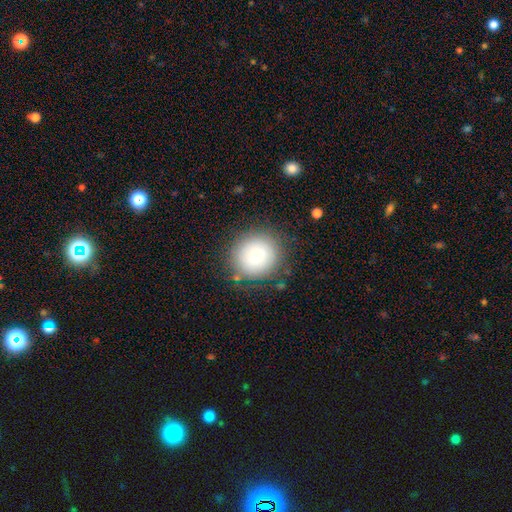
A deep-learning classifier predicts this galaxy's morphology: smooth-or-featured: smooth: 70% | featured or disk: 19% | star or artifact: 11%
  how-rounded: round: 92% | in between: 8% | cigar-shaped: 1%
  merging: none: 80% | minor disturbance: 13% | major disturbance: 5% | merger: 2%